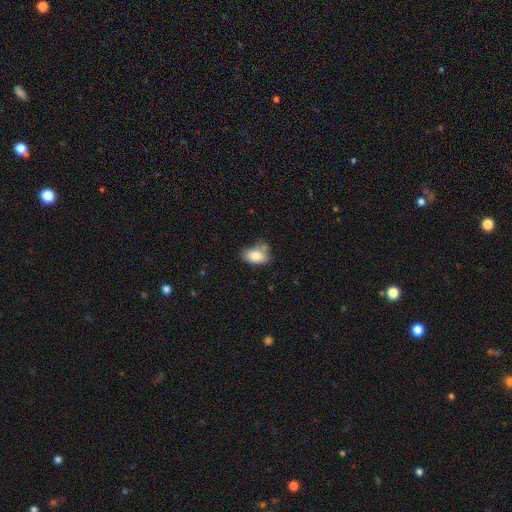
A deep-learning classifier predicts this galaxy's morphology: Q: Smooth or featured?
A: smooth (81%); runner-up: featured or disk (11%)
Q: How rounded?
A: in between (87%); runner-up: round (11%)
Q: Merging?
A: none (52%); runner-up: minor disturbance (28%)